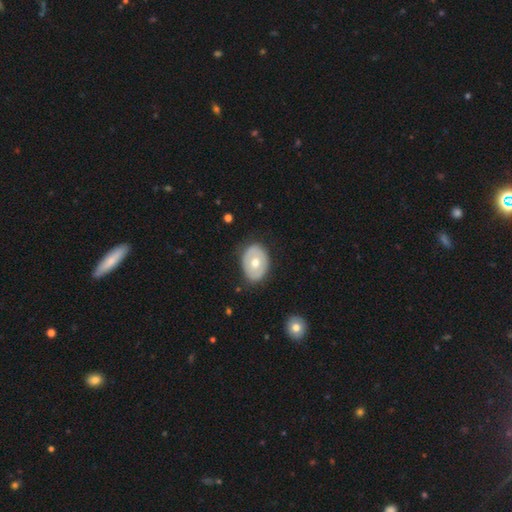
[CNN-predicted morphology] type=featured or disk (50%); merging=none (83%).